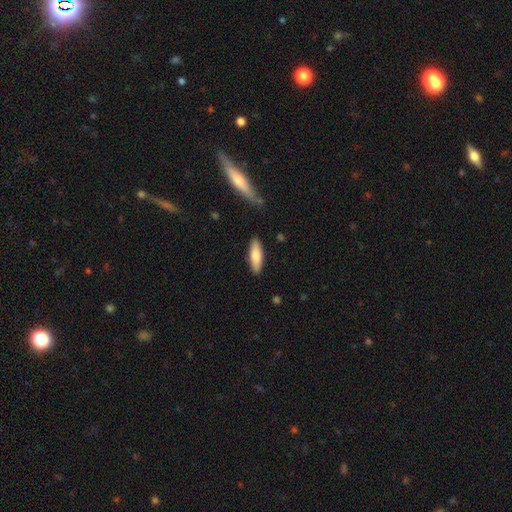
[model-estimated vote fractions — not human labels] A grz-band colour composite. It shows a smooth galaxy with no disk features (77%) that is in between round and cigar-shaped (50%). Merging: none (87%).